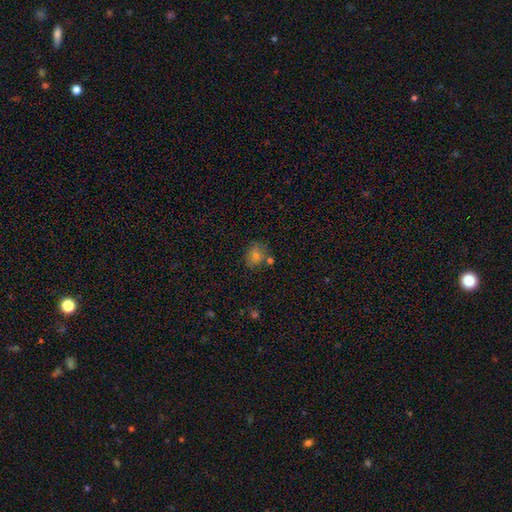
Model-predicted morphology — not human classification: Smooth or featured? Predicted: smooth (p=0.71). How rounded? Predicted: round (p=0.57). Merging? Predicted: none (p=0.75).